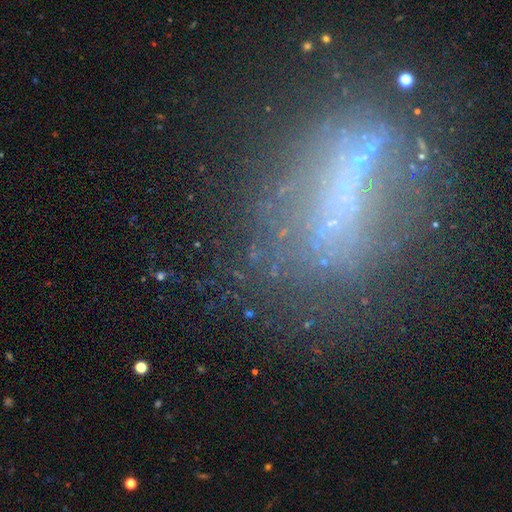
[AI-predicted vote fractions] Morphology: type=star or artifact (42%).